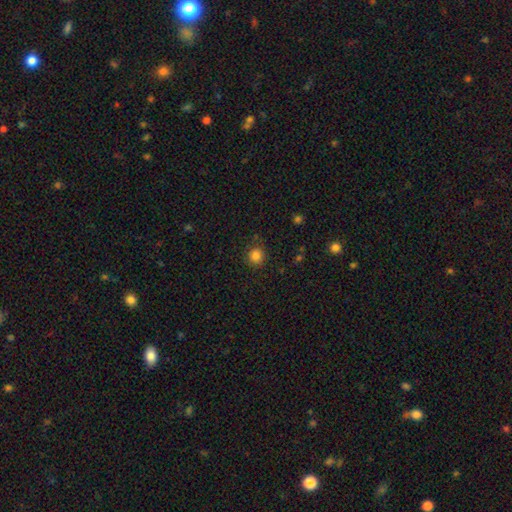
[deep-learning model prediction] smooth 83%, star or artifact 12%, featured or disk 5%. Down the decision tree: how rounded — round (90%); merging — none (85%).